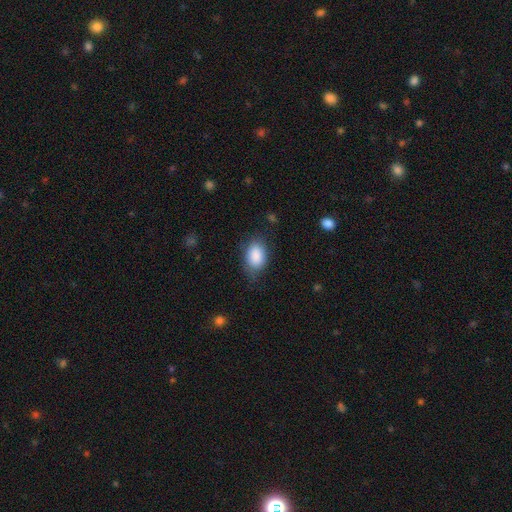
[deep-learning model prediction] Smooth or featured? smooth (88%)
How rounded? in between (88%)
Merging? none (71%)